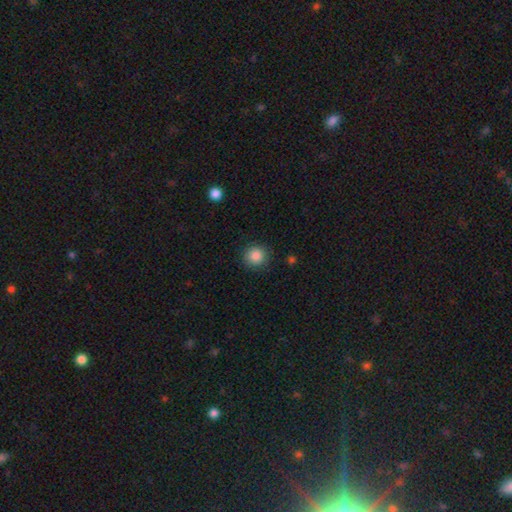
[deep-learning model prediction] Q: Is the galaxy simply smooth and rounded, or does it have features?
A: smooth — 86%.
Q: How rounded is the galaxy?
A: round — 93%.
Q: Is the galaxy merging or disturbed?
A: none — 88%.